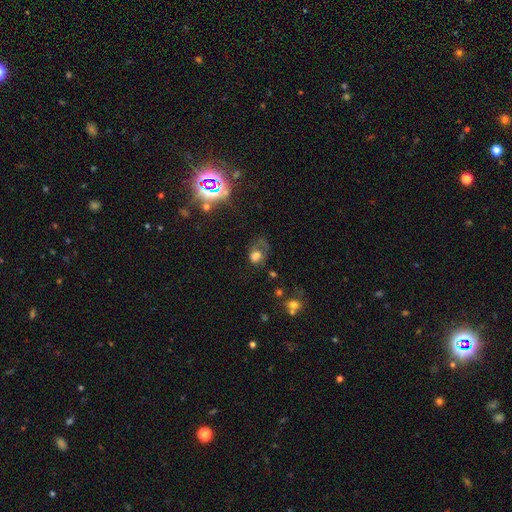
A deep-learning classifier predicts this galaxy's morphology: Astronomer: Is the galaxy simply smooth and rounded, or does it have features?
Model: smooth — 56%.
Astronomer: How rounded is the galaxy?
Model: in between — 58% (runner-up: round, 41%).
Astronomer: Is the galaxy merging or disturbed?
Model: major disturbance — 43% (runner-up: none, 31%).